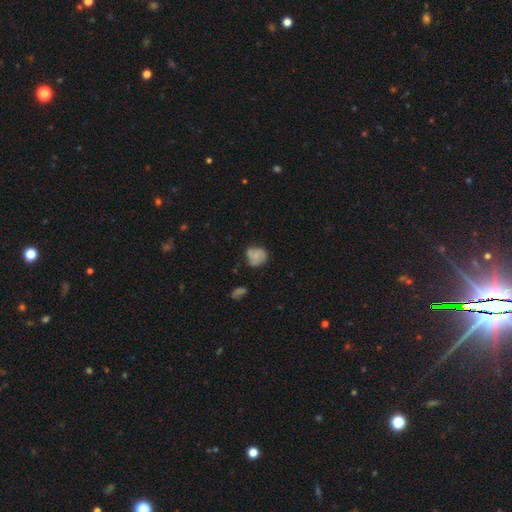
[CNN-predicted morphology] Smooth or featured? smooth (65%)
How rounded? round (73%)
Merging? none (56%)